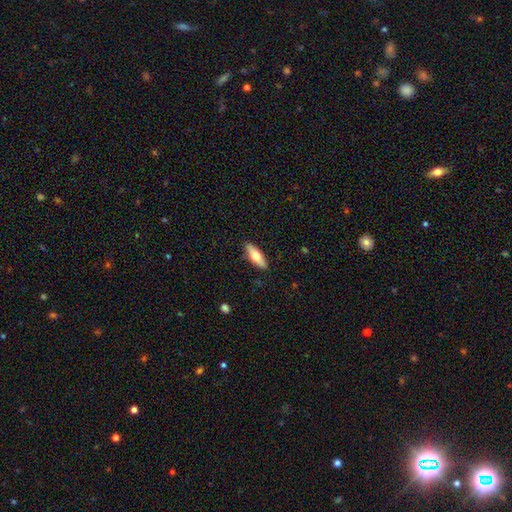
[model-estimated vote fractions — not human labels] smooth 65%, featured or disk 29%, star or artifact 6%. Down the decision tree: how rounded — in between (58%); merging — none (89%).